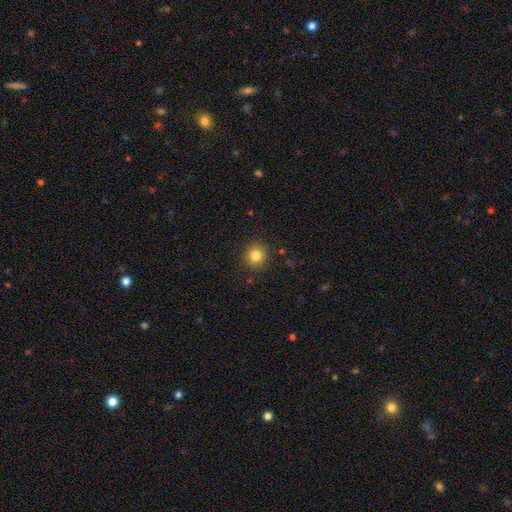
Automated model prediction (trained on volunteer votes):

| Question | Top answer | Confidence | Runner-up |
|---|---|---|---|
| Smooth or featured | smooth | 82% | star or artifact (12%) |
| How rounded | round | 91% | in between (8%) |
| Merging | none | 89% | minor disturbance (7%) |